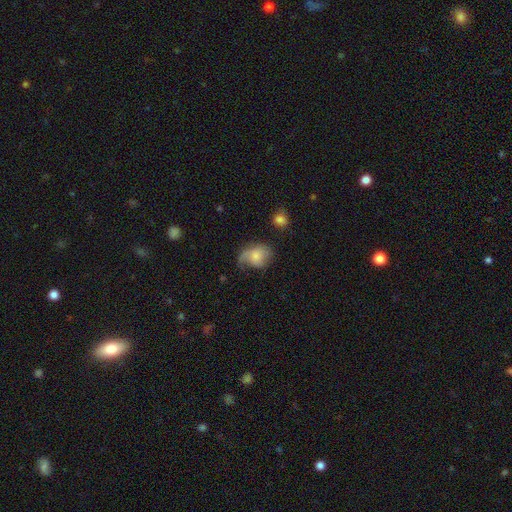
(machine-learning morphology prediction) Smooth or featured?
  - smooth: 58% *
  - featured or disk: 34%
  - star or artifact: 8%
How rounded?
  - in between: 66% *
  - round: 33%
  - cigar-shaped: 1%
Merging?
  - none: 36% *
  - minor disturbance: 34%
  - major disturbance: 27%
  - merger: 3%